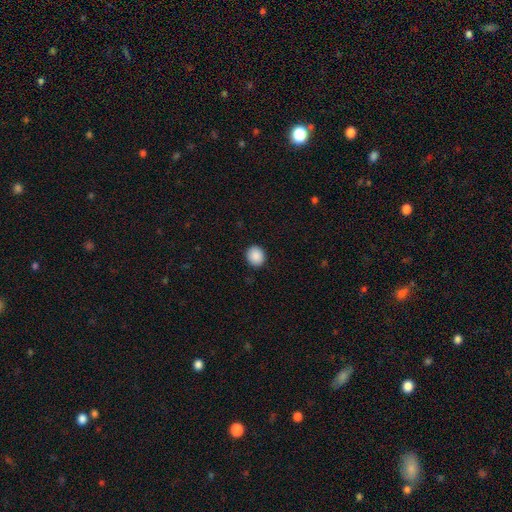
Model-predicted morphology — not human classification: The model was most divided on "how rounded": round: 74%, in between: 25%, cigar-shaped: 1%. More confident: merging — none (91%); smooth or featured — smooth (89%).